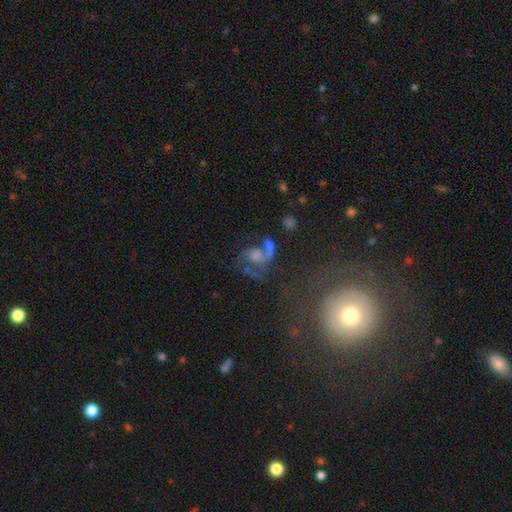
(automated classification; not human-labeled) Smooth or featured? featured or disk (60%)
Edge-on disk? no (97%)
Bar? no (67%)
Spiral arms? yes (75%)
Bulge size? moderate (31%)
Merging? none (31%)